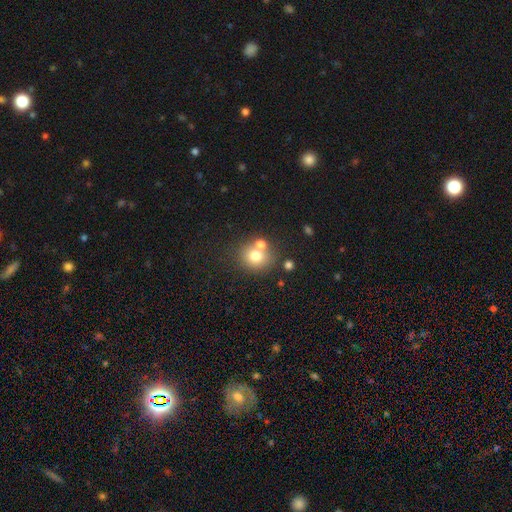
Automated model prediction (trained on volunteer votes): This is likely a smooth galaxy (73%). How rounded: clearly round (80%). Merging: possibly none (58%).